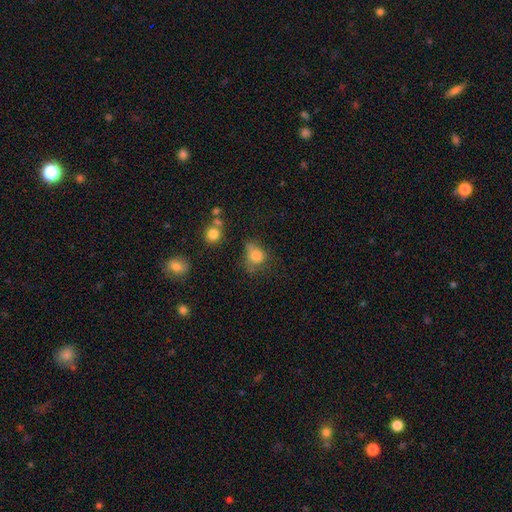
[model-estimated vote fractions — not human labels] Smooth or featured: smooth — 75% (star or artifact — 13%)
How rounded: round — 55% (in between — 44%)
Merging: none — 36% (minor disturbance — 30%)